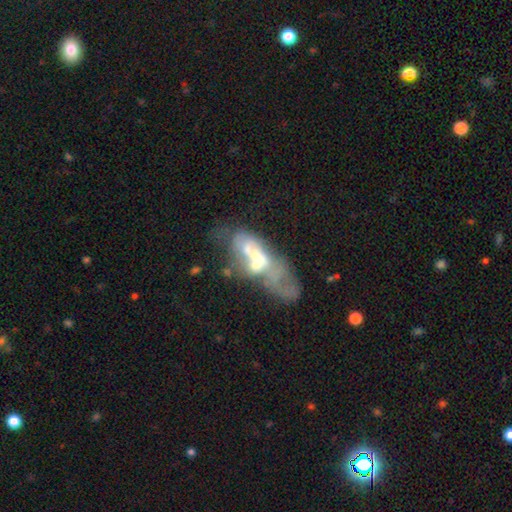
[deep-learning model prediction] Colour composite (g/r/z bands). It shows a featured or disk galaxy (59%) with no bar (78%), no spiral arms (82%) and a moderate central bulge (39%). Merging: merger (46%).